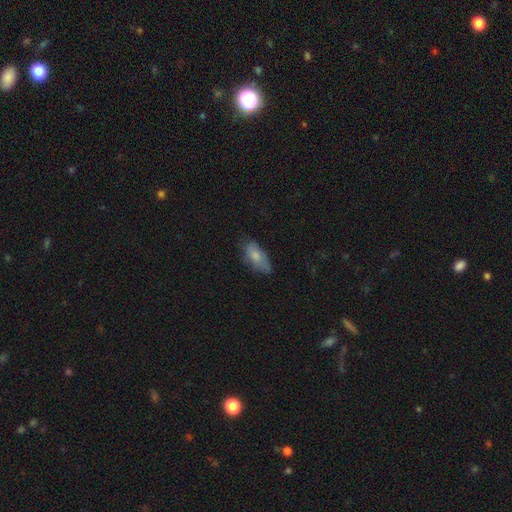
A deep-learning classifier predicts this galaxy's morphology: A smooth galaxy with no disk features (76%) that is in between round and cigar-shaped (85%).

Vote fractions:
- Smooth or featured? smooth: 76% / featured or disk: 17% / star or artifact: 7%
- How rounded? in between: 85% / cigar-shaped: 12% / round: 3%
- Merging? none: 61% / minor disturbance: 29% / major disturbance: 8% / merger: 2%